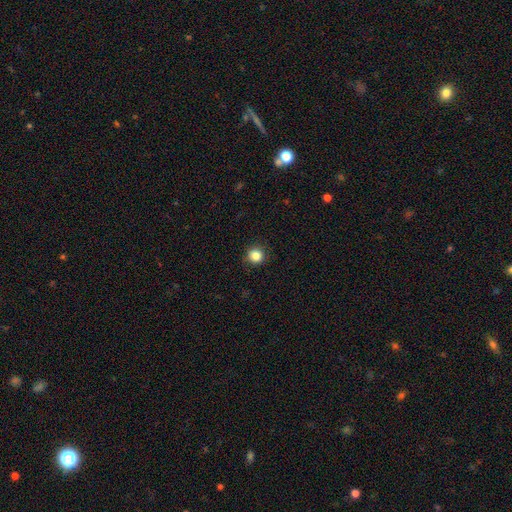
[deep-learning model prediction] Smooth or featured? smooth (85%)
How rounded? round (91%)
Merging? none (89%)